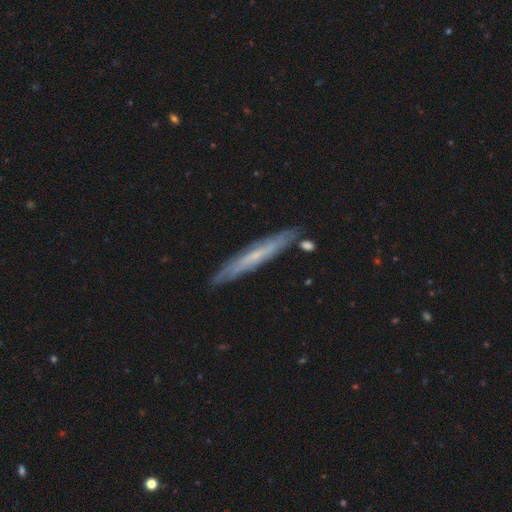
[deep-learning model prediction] This is possibly a featured or disk galaxy (58%). It is clearly viewed edge-on (80%). Merging: clearly none (85%).